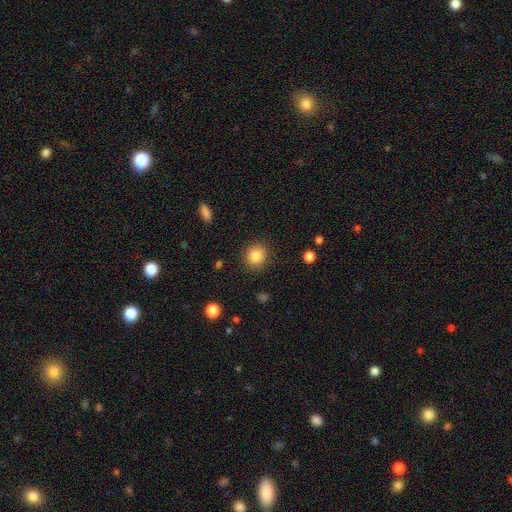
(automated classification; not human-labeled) This appears to be a smooth galaxy with no disk features (86%) that is round (85%). Merging: none (88%).